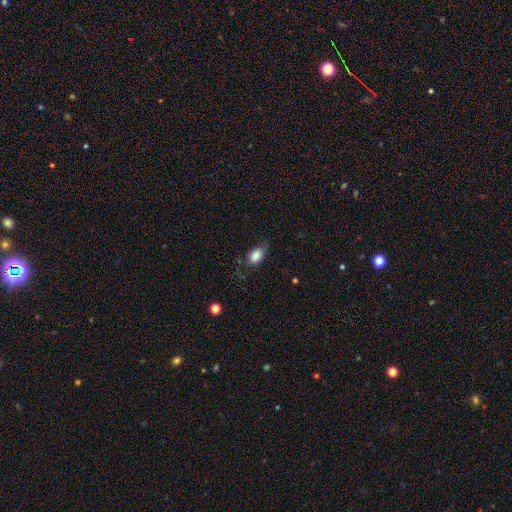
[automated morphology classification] smooth-or-featured: smooth: 83% | featured or disk: 9% | star or artifact: 8%
  how-rounded: in between: 86% | round: 11% | cigar-shaped: 3%
  merging: none: 55% | minor disturbance: 28% | major disturbance: 15% | merger: 2%